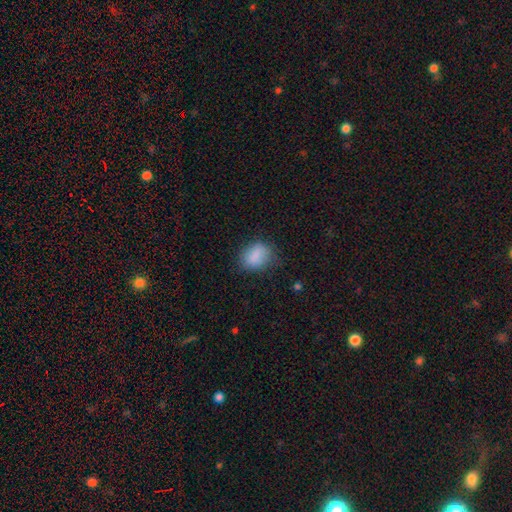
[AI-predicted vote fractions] Smooth or featured: smooth — 85% (star or artifact — 9%)
How rounded: in between — 60% (round — 39%)
Merging: none — 68% (minor disturbance — 23%)